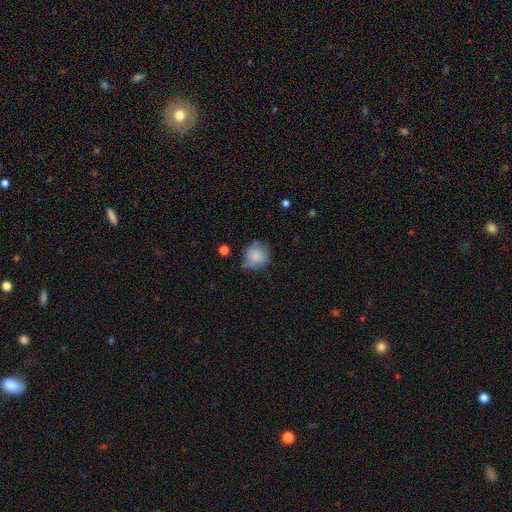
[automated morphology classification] smooth_or_featured: smooth (p=0.80) [alt: featured or disk p=0.11]
how_rounded: round (p=0.87) [alt: in between p=0.12]
merging: none (p=0.67) [alt: minor disturbance p=0.21]